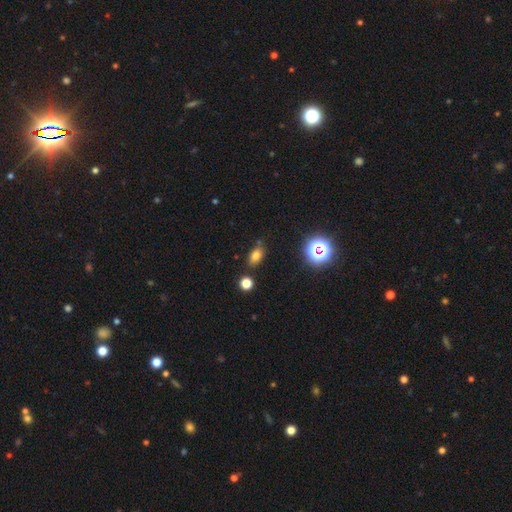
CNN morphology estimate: Q: Smooth or featured?
A: smooth (75%); runner-up: star or artifact (16%)
Q: How rounded?
A: in between (82%); runner-up: round (15%)
Q: Merging?
A: none (77%); runner-up: minor disturbance (13%)